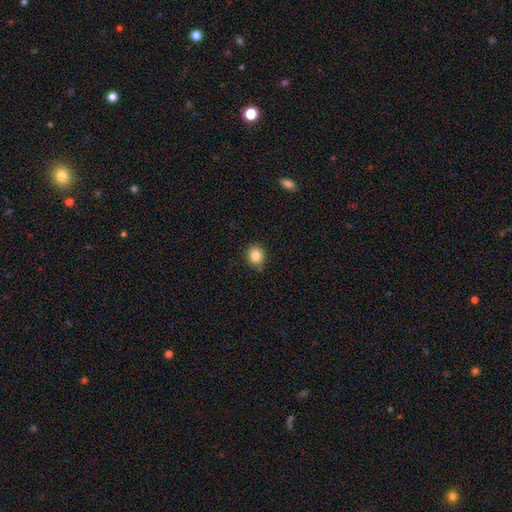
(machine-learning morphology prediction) Smooth or featured? Predicted: smooth (p=0.84). How rounded? Predicted: round (p=0.78). Merging? Predicted: none (p=0.83).